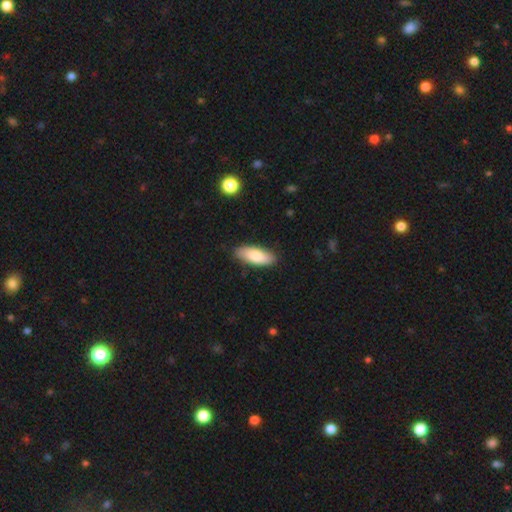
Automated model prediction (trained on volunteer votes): A smooth galaxy with no disk features (80%) that is in between round and cigar-shaped (78%). Merging: none (86%).